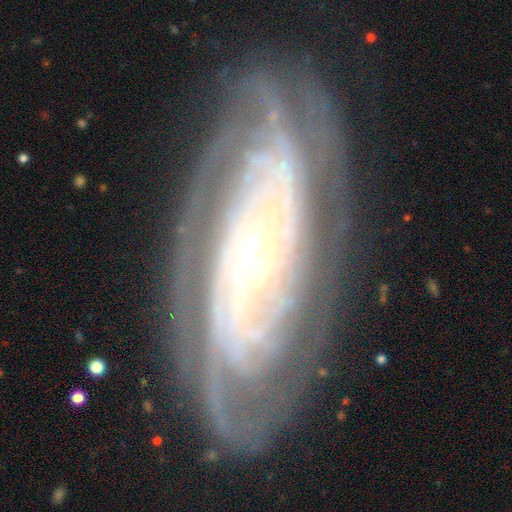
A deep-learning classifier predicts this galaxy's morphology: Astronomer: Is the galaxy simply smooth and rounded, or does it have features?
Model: featured or disk — 88%.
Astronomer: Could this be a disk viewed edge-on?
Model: no — 91%.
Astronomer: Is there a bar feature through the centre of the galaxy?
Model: no — 67%.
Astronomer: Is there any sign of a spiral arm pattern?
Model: yes — 96%.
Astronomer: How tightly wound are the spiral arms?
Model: tight — 80%.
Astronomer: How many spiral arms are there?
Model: can't tell — 32% (runner-up: 4, 16%).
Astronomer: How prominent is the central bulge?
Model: small — 70%.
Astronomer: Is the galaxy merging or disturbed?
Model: none — 79%.